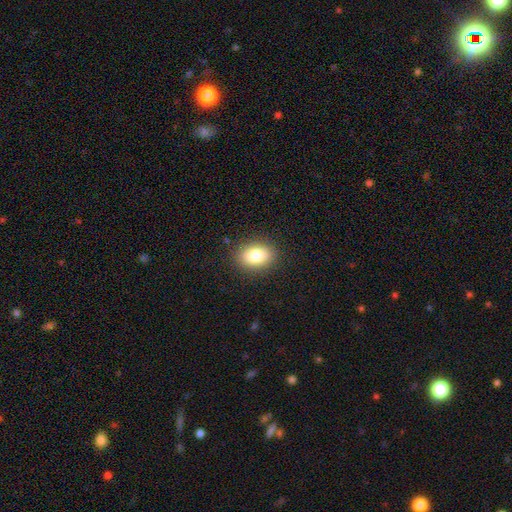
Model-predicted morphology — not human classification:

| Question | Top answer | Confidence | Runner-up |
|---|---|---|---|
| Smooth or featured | smooth | 82% | featured or disk (9%) |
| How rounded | in between | 76% | round (23%) |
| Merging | none | 87% | minor disturbance (9%) |